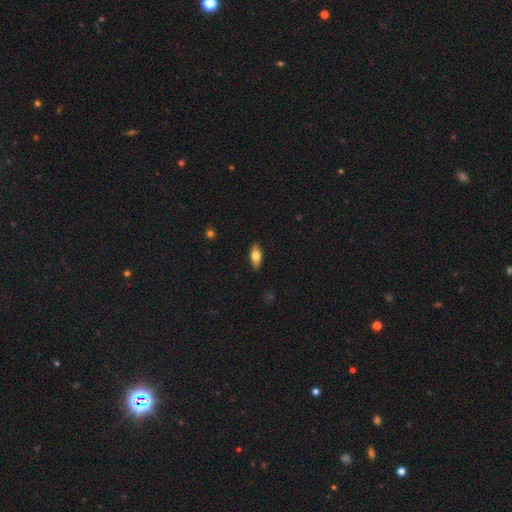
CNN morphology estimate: This is likely a smooth galaxy (68%). How rounded: likely in between (79%). Merging: clearly none (89%).